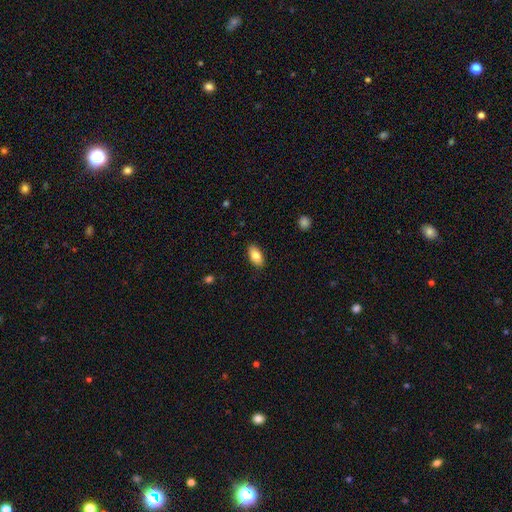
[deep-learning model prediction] This is clearly a smooth galaxy (83%). How rounded: clearly in between (92%). Merging: clearly none (87%).